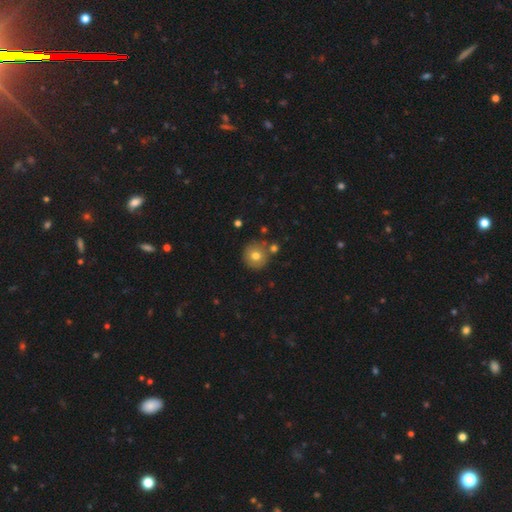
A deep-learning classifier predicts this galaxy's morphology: Smooth or featured?
  - smooth: 73% *
  - featured or disk: 16%
  - star or artifact: 11%
How rounded?
  - round: 93% *
  - in between: 6%
  - cigar-shaped: 1%
Merging?
  - none: 77% *
  - minor disturbance: 10%
  - merger: 10%
  - major disturbance: 3%